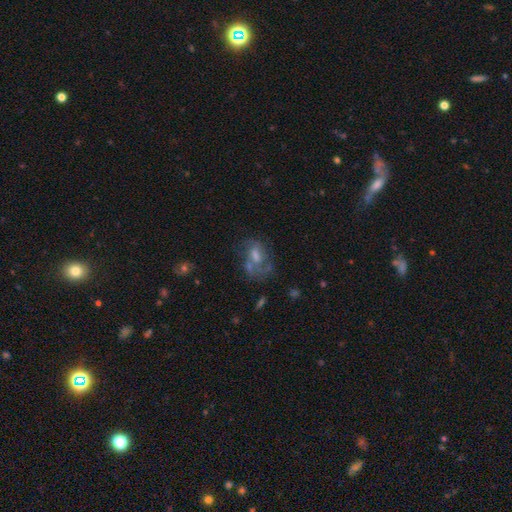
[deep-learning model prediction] smooth-or-featured: featured or disk: 54% | smooth: 27% | star or artifact: 18%
  disk-edge-on: no: 96% | yes: 4%
    bar: no: 58% | weak: 34% | strong: 8%
    has-spiral-arms: yes: 56% | no: 44%
    bulge-size: moderate: 44% | small: 27% | none: 17% | large: 10% | dominant: 2%
  merging: none: 42% | major disturbance: 24% | minor disturbance: 18% | merger: 16%